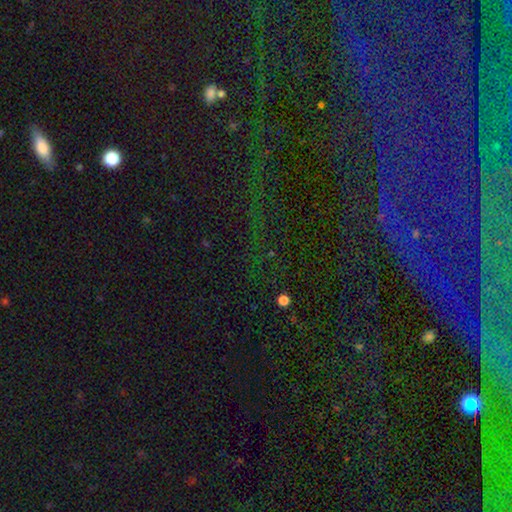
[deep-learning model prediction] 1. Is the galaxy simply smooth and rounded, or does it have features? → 74% star or artifact, 14% featured or disk, 12% smooth.